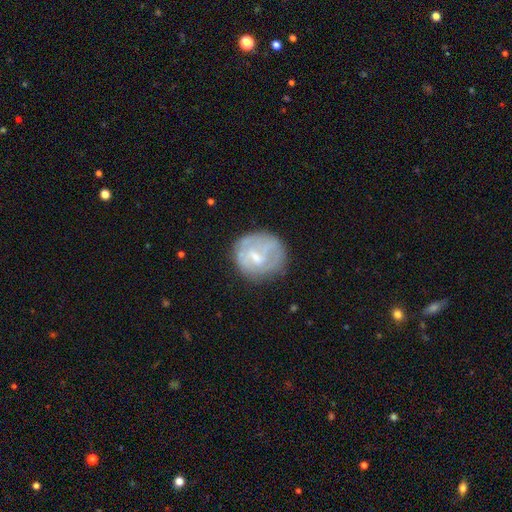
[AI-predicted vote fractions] Morphology: type=featured or disk (53%); edge-on=no (97%); bar=weak (49%); spiral arms=no (53%); bulge=small (42%); merging=none (67%).